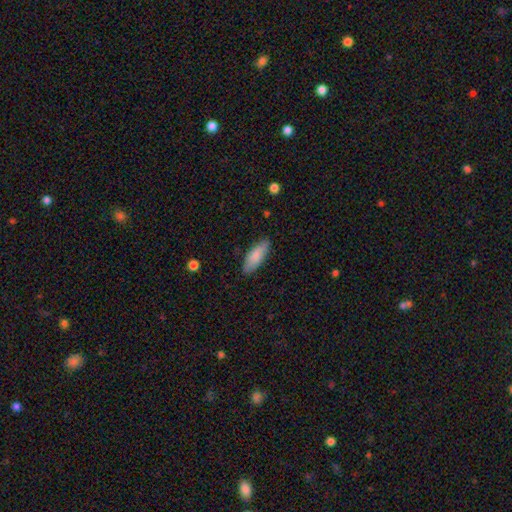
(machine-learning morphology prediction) This is clearly a smooth galaxy (84%). How rounded: likely in between (69%). Merging: clearly none (85%).